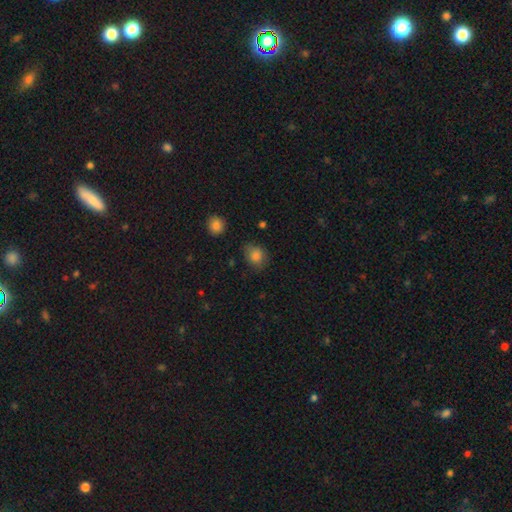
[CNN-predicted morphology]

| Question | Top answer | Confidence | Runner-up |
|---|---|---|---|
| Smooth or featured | smooth | 83% | star or artifact (10%) |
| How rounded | round | 60% | in between (39%) |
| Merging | none | 73% | minor disturbance (20%) |